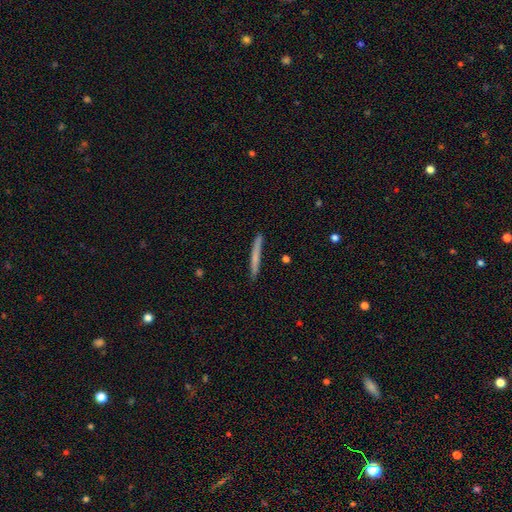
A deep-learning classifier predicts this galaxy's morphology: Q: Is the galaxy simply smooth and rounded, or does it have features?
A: smooth — 65%.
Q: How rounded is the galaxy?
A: cigar-shaped — 97%.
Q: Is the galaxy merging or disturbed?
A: none — 89%.